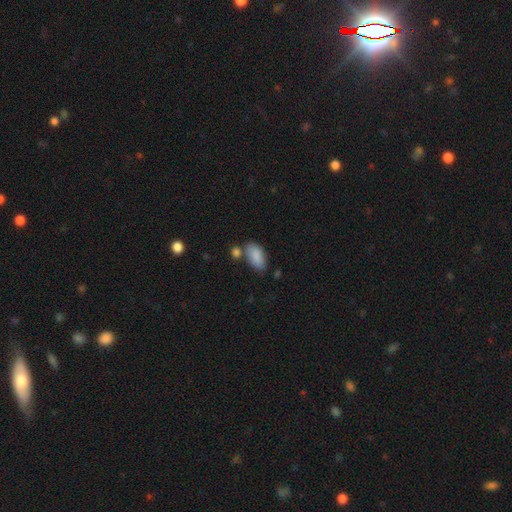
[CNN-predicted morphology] The model was most divided on "merging": none: 62%, minor disturbance: 18%, merger: 15%, major disturbance: 5%. More confident: how rounded — in between (94%); smooth or featured — smooth (87%).